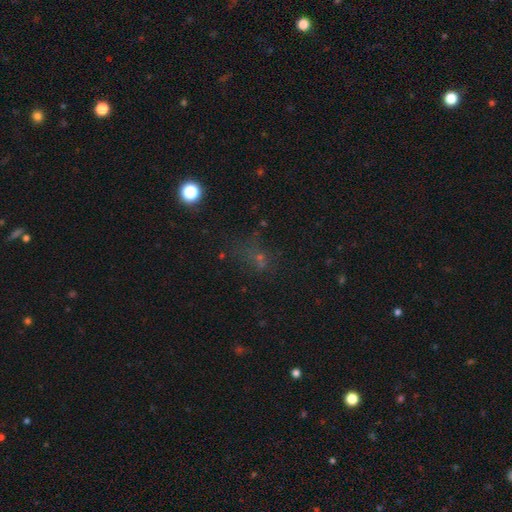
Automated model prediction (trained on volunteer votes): Smooth or featured? Predicted: star or artifact (p=0.45).